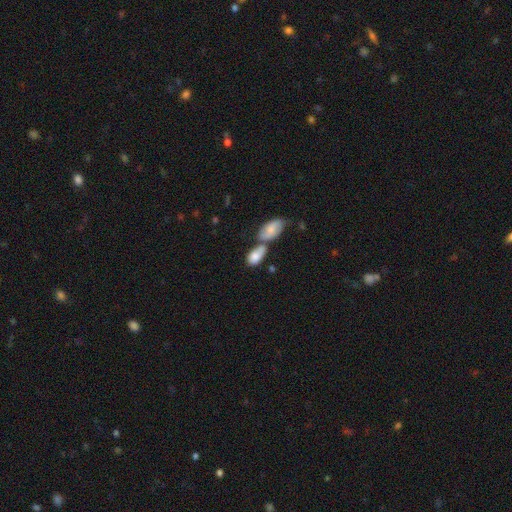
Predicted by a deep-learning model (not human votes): This is likely a smooth galaxy (78%). How rounded: clearly in between (90%). Merging: possibly merger (58%).